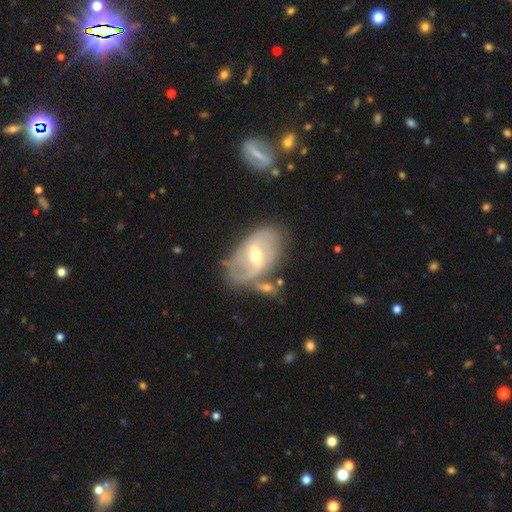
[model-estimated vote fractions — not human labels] Smooth or featured?
  - featured or disk: 79% *
  - smooth: 15%
  - star or artifact: 7%
Edge-on disk?
  - no: 95% *
  - yes: 5%
Bar?
  - weak: 52% *
  - strong: 24%
  - no: 24%
Spiral arms?
  - yes: 86% *
  - no: 14%
Spiral winding?
  - medium: 41% *
  - loose: 30%
  - tight: 29%
Spiral arm count?
  - 2: 67% *
  - can't tell: 19%
  - 3: 6%
  - 1: 4%
  - 4: 2%
  - more than 4: 2%
Bulge size?
  - moderate: 60% *
  - small: 36%
  - large: 2%
  - none: 1%
  - dominant: 1%
Merging?
  - none: 57% *
  - minor disturbance: 22%
  - merger: 12%
  - major disturbance: 9%